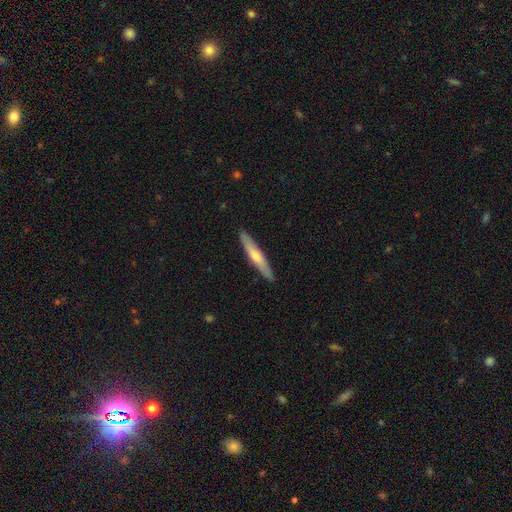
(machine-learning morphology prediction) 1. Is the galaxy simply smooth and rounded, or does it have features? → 49% smooth, 46% featured or disk, 5% star or artifact.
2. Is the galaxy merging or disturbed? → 91% none, 7% minor disturbance, 1% major disturbance, 1% merger.